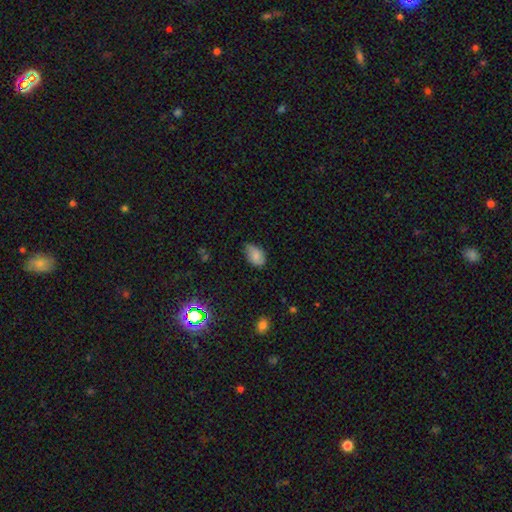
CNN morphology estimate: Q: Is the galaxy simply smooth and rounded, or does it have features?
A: smooth — 80%.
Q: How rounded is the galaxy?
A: in between — 88%.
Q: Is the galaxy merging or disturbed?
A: none — 56%.